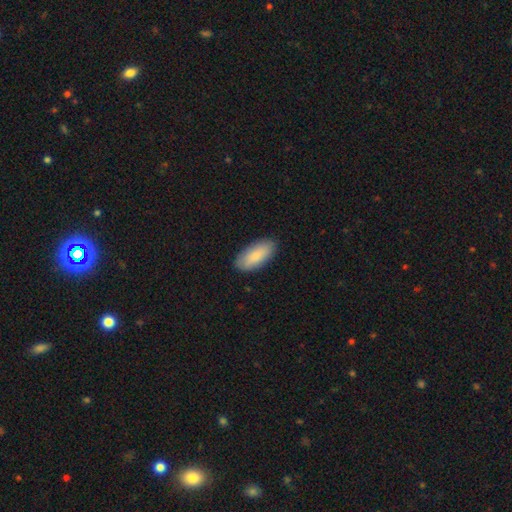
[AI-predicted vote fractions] Morphology: type=smooth (87%); roundness=in between (87%); merging=none (88%).